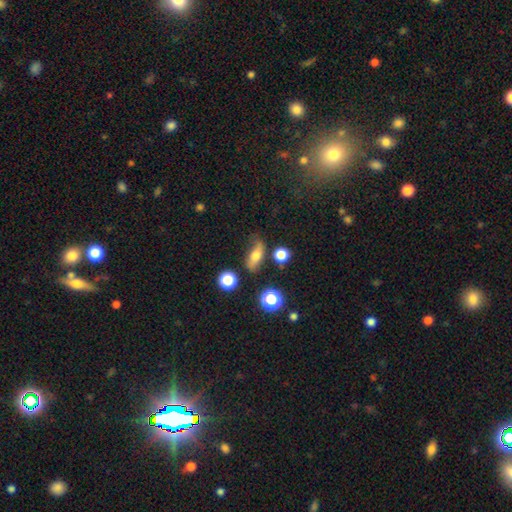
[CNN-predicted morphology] Smooth or featured: smooth — 58% (featured or disk — 29%)
How rounded: in between — 65% (cigar-shaped — 21%)
Merging: none — 63% (minor disturbance — 22%)